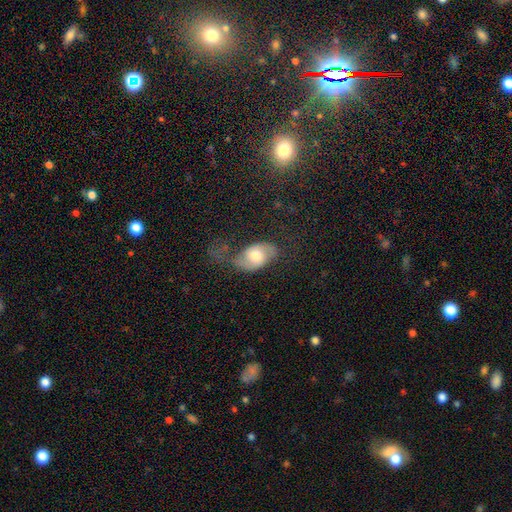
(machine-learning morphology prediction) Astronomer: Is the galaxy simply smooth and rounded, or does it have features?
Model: featured or disk — 48% (runner-up: smooth, 45%).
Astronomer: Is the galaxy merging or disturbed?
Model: none — 38% (runner-up: major disturbance, 33%).